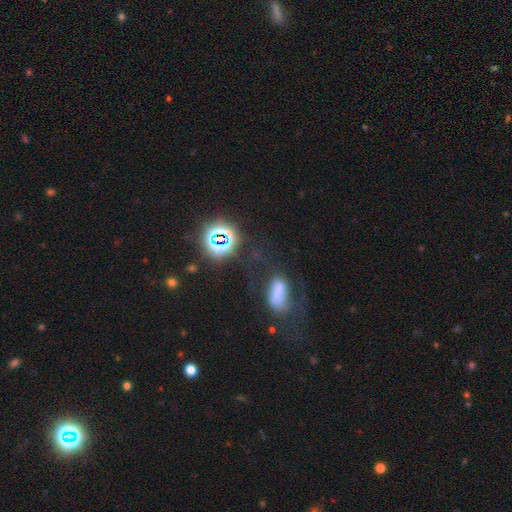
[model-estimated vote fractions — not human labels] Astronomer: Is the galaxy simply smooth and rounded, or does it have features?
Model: star or artifact — 36% (runner-up: smooth, 34%).